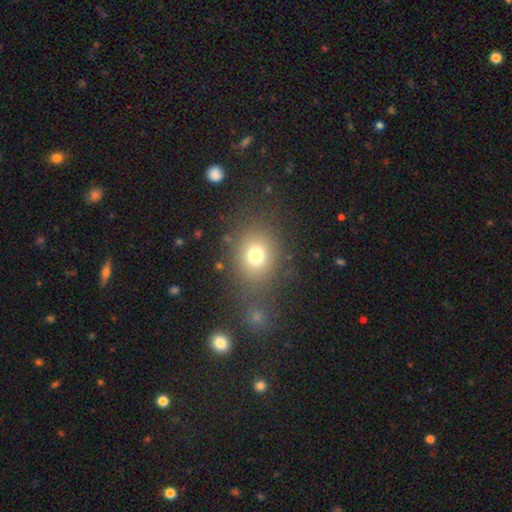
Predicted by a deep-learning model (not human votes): Smooth or featured?
  - smooth: 74% *
  - star or artifact: 15%
  - featured or disk: 10%
How rounded?
  - round: 61% *
  - in between: 38%
  - cigar-shaped: 1%
Merging?
  - none: 66% *
  - merger: 17%
  - minor disturbance: 11%
  - major disturbance: 6%